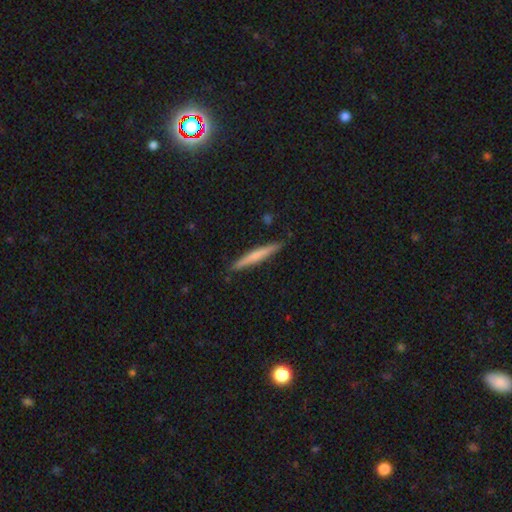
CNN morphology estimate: smooth_or_featured: smooth (p=0.60) [alt: featured or disk p=0.35]
how_rounded: cigar-shaped (p=0.96) [alt: in between p=0.03]
merging: none (p=0.89) [alt: minor disturbance p=0.08]